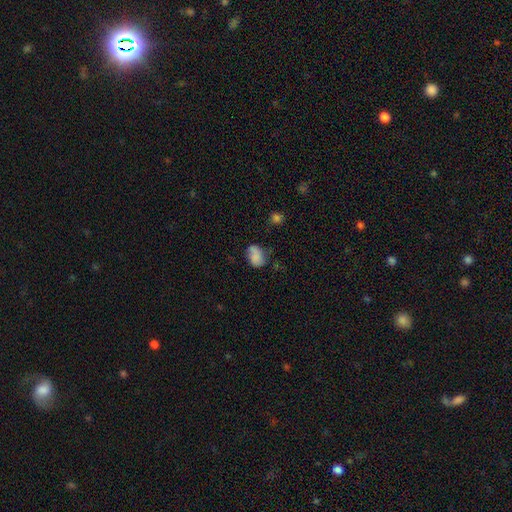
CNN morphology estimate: A smooth galaxy with no disk features (74%) that is in between round and cigar-shaped (73%).

Vote fractions:
- Smooth or featured? smooth: 74% / featured or disk: 16% / star or artifact: 10%
- How rounded? in between: 73% / round: 26% / cigar-shaped: 1%
- Merging? none: 53% / minor disturbance: 31% / major disturbance: 12% / merger: 5%